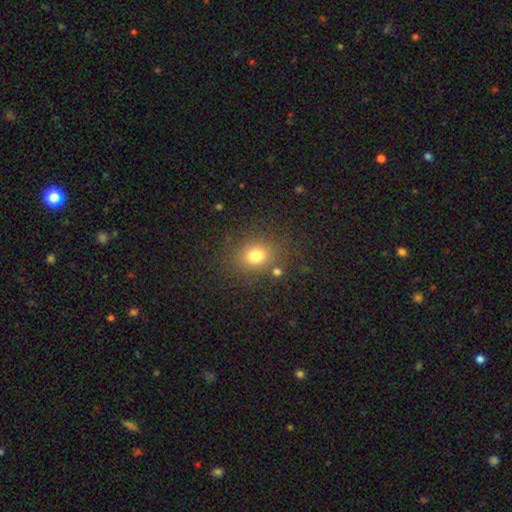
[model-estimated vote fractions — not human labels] Smooth or featured: smooth — 75% (star or artifact — 16%)
How rounded: round — 64% (in between — 35%)
Merging: none — 80% (minor disturbance — 11%)